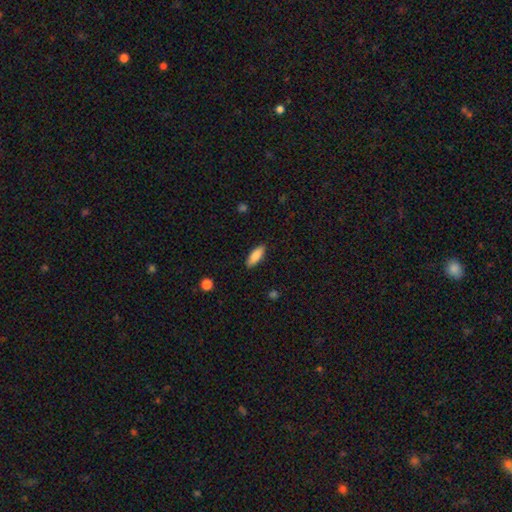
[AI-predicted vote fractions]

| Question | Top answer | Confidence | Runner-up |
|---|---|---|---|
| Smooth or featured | smooth | 85% | featured or disk (9%) |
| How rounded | in between | 63% | cigar-shaped (35%) |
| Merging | none | 88% | minor disturbance (9%) |